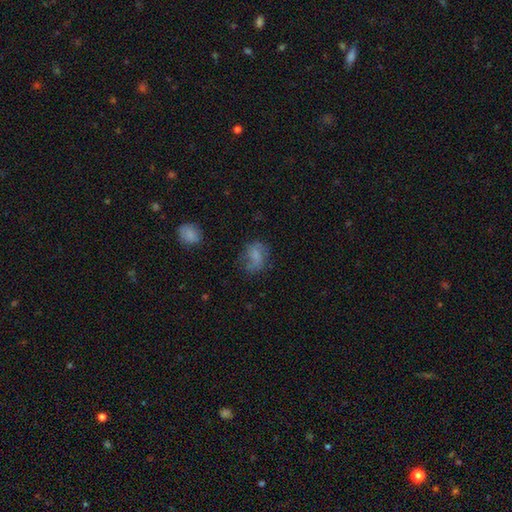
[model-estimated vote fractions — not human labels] This appears to be a smooth galaxy with no disk features (66%) that is in between round and cigar-shaped (64%). Merging: none (53%).